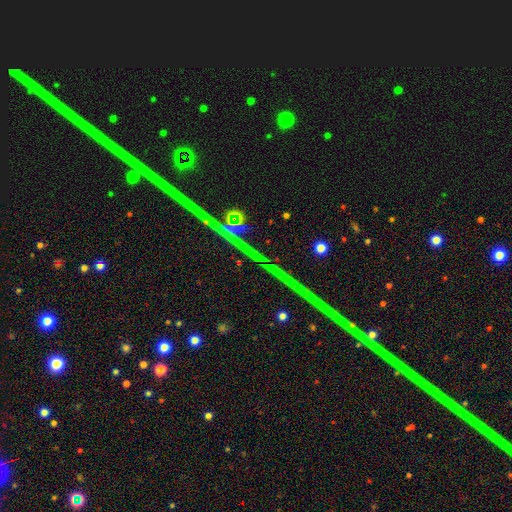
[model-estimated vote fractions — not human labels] A star or artifact, not a galaxy (83%).

Vote fractions:
- Smooth or featured? star or artifact: 83% / featured or disk: 10% / smooth: 7%